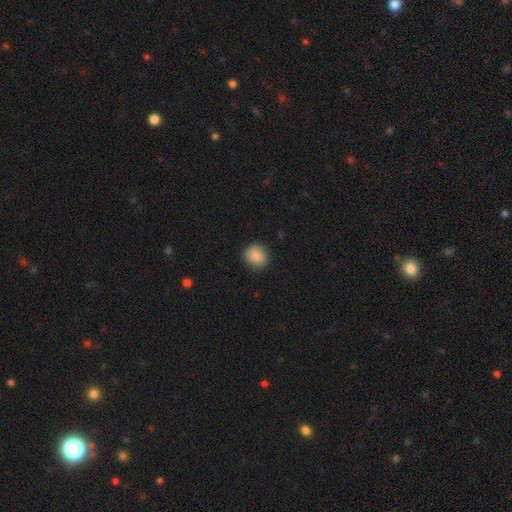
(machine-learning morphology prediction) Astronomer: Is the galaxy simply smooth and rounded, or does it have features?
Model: smooth — 86%.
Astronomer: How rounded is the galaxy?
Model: round — 83%.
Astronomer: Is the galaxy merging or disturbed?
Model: none — 85%.